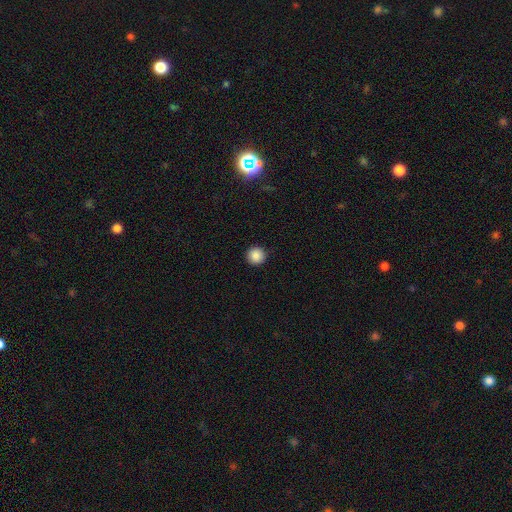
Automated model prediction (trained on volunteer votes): Morphology: type=smooth (87%); roundness=round (96%); merging=none (93%).